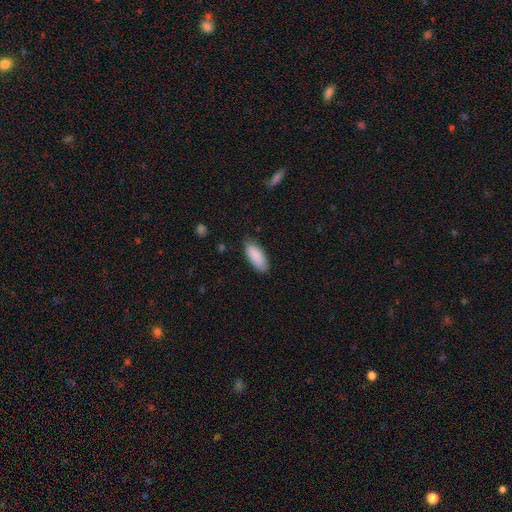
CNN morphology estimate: The model was most divided on "how rounded": in between: 80%, cigar-shaped: 18%, round: 1%. More confident: smooth or featured — smooth (90%); merging — none (84%).